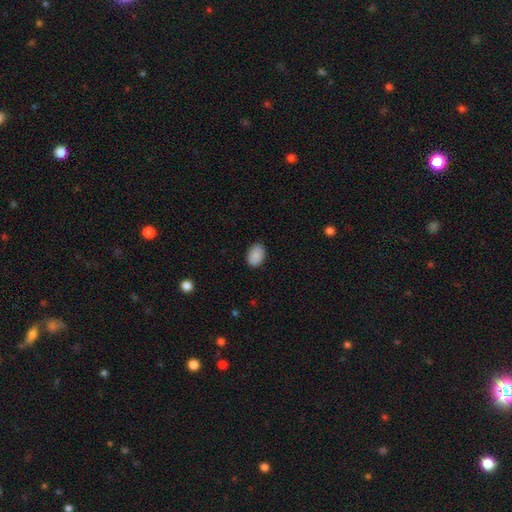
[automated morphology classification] A smooth galaxy with no disk features (90%) that is in between round and cigar-shaped (83%).

Vote fractions:
- Smooth or featured? smooth: 90% / star or artifact: 7% / featured or disk: 4%
- How rounded? in between: 83% / round: 16% / cigar-shaped: 1%
- Merging? none: 86% / minor disturbance: 11% / major disturbance: 2% / merger: 1%